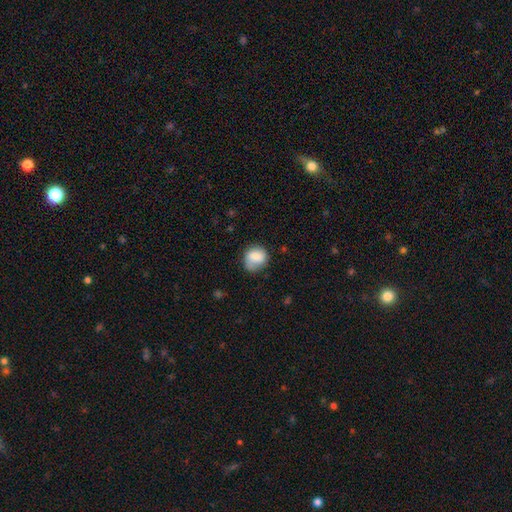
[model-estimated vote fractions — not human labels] A smooth galaxy with no disk features (81%) that is round (71%).

Vote fractions:
- Smooth or featured? smooth: 81% / featured or disk: 11% / star or artifact: 8%
- How rounded? round: 71% / in between: 28% / cigar-shaped: 1%
- Merging? none: 57% / minor disturbance: 30% / major disturbance: 10% / merger: 3%